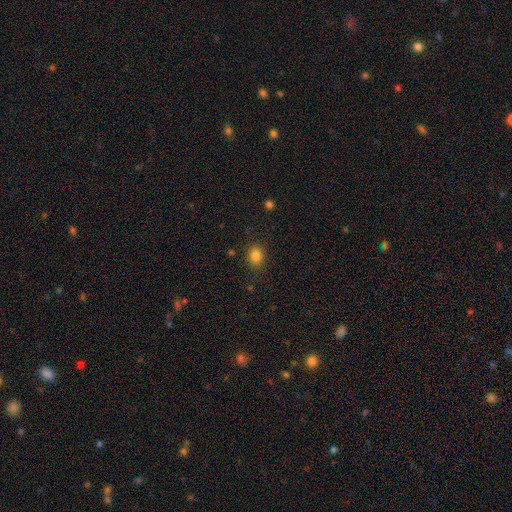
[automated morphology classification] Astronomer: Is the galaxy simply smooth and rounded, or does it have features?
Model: smooth — 83%.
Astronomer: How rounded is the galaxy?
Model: round — 52% (runner-up: in between, 47%).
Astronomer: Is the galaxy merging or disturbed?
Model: none — 86%.